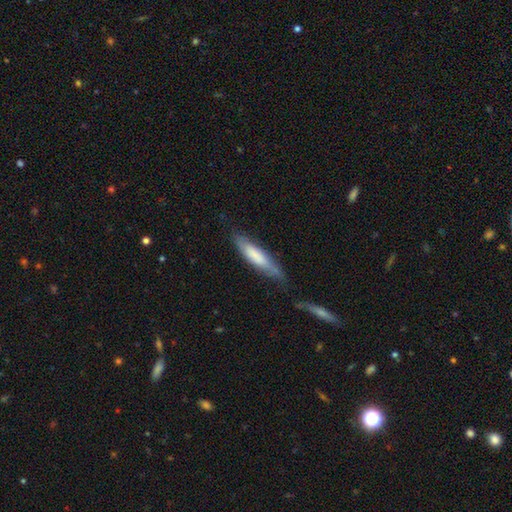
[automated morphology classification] smooth 67%, featured or disk 27%, star or artifact 6%. Down the decision tree: how rounded — cigar-shaped (78%); merging — none (68%).